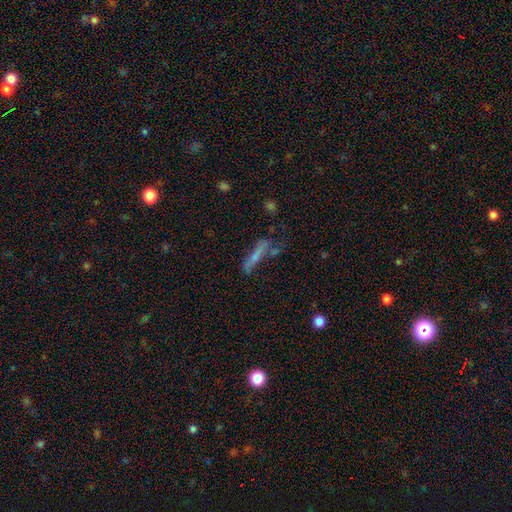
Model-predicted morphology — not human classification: The model was most divided on "smooth or featured": smooth: 49%, featured or disk: 40%, star or artifact: 11%. Remaining: merging — none (47%).